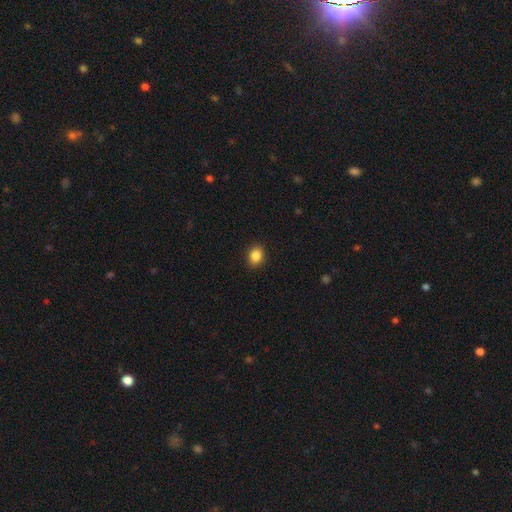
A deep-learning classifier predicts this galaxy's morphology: This is clearly a smooth galaxy (87%). How rounded: possibly in between (52%). Merging: clearly none (91%).